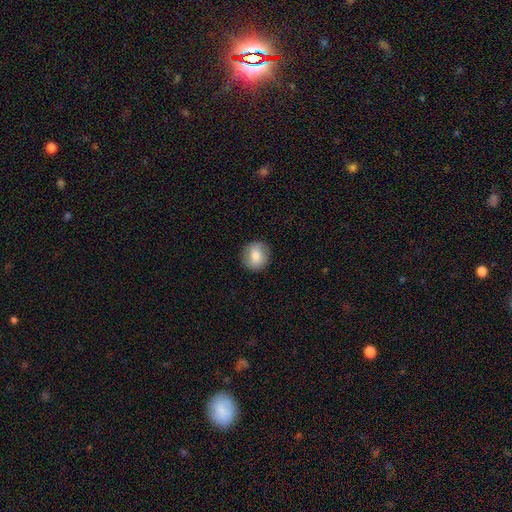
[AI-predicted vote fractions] Smooth or featured? smooth (72%)
How rounded? round (85%)
Merging? none (88%)